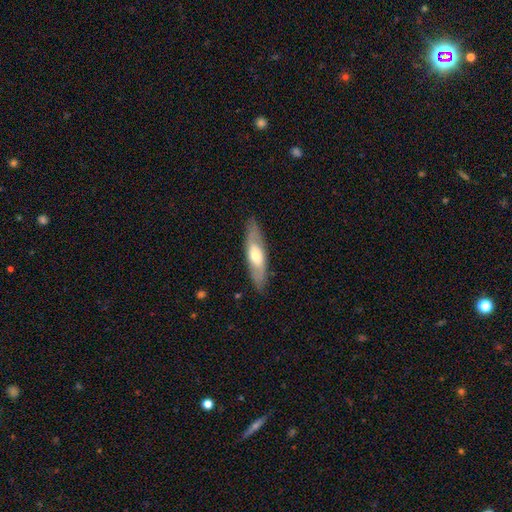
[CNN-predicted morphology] featured or disk 48%, smooth 47%, star or artifact 5%. Down the decision tree: merging — none (84%).